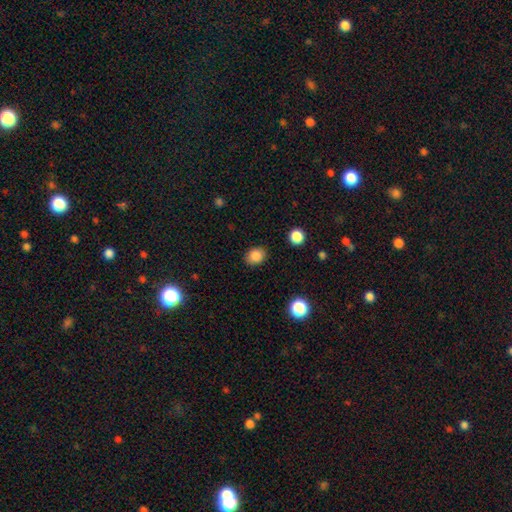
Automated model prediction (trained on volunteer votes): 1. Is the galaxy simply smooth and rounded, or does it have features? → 85% smooth, 11% star or artifact, 4% featured or disk.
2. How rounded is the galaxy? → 55% round, 45% in between, 1% cigar-shaped.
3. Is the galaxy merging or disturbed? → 87% none, 9% minor disturbance, 3% major disturbance, 1% merger.